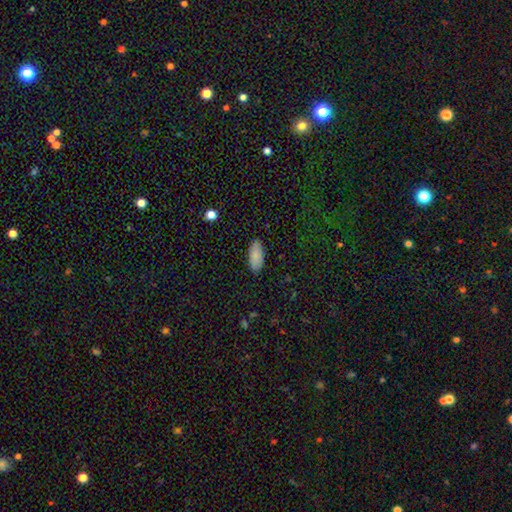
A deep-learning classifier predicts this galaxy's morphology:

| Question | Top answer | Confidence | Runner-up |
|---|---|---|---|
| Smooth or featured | smooth | 86% | featured or disk (7%) |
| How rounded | in between | 90% | cigar-shaped (8%) |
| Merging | none | 88% | minor disturbance (9%) |